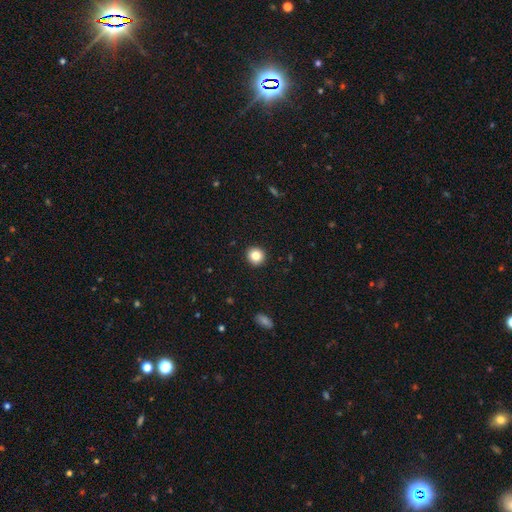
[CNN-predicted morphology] smooth_or_featured: smooth (p=0.84) [alt: star or artifact p=0.10]
how_rounded: round (p=0.92) [alt: in between p=0.07]
merging: none (p=0.93) [alt: minor disturbance p=0.04]